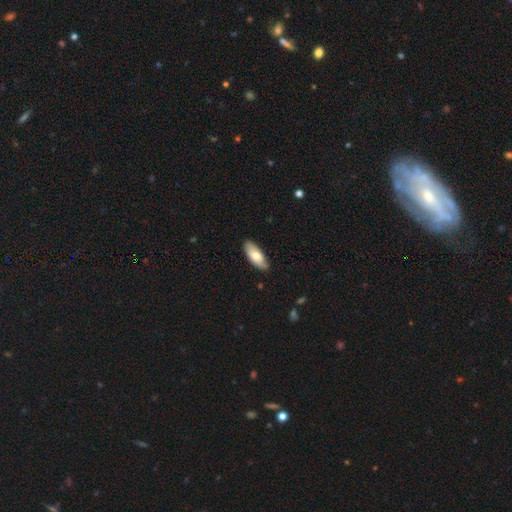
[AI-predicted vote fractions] Smooth or featured: smooth — 68% (featured or disk — 26%)
How rounded: in between — 86% (cigar-shaped — 13%)
Merging: none — 81% (minor disturbance — 16%)